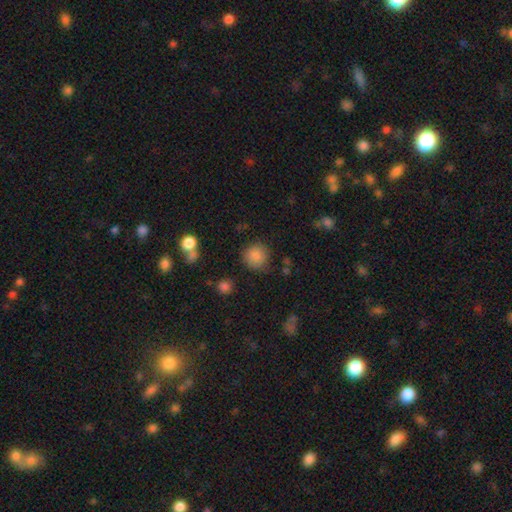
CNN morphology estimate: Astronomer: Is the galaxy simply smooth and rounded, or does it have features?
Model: smooth — 86%.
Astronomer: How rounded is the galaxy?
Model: round — 91%.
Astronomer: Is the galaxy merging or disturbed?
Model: none — 84%.